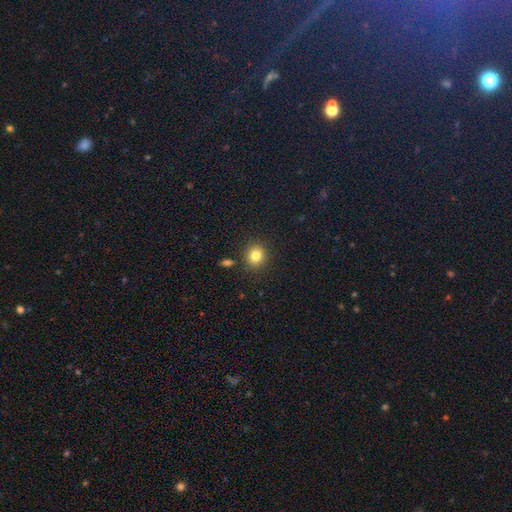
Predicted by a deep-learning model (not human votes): A smooth galaxy with no disk features (82%) that is round (80%). Merging: none (86%).